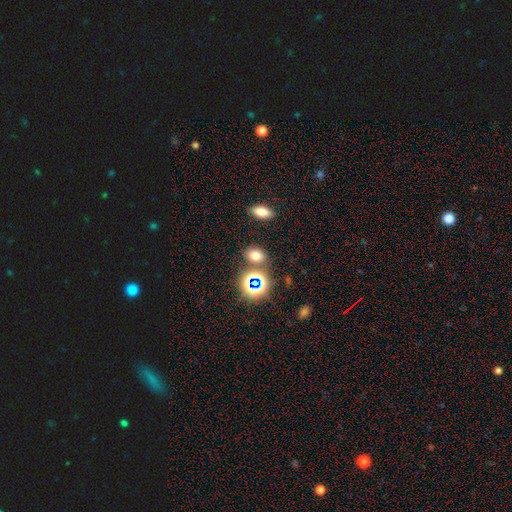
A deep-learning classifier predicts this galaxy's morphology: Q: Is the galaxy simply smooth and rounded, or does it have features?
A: smooth — 68%.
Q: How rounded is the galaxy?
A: in between — 63%.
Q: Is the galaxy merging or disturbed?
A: none — 78%.